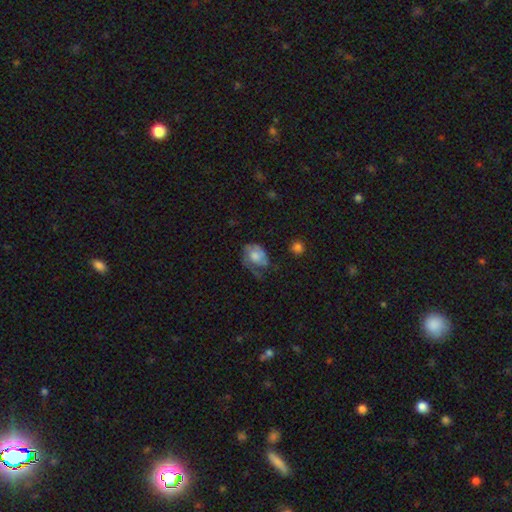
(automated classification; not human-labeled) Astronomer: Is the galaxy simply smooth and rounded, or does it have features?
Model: featured or disk — 50% (runner-up: smooth, 42%).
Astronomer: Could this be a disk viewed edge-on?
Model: no — 97%.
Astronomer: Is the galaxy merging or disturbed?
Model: none — 34%, tied with major disturbance at 34%.